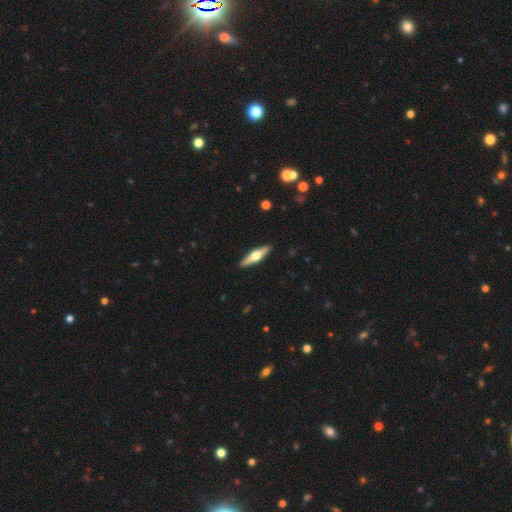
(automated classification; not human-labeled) Smooth or featured? Predicted: featured or disk (p=0.61). Edge-on disk? Predicted: yes (p=0.96). Edge-on bulge? Predicted: rounded (p=0.95). Merging? Predicted: none (p=0.91).